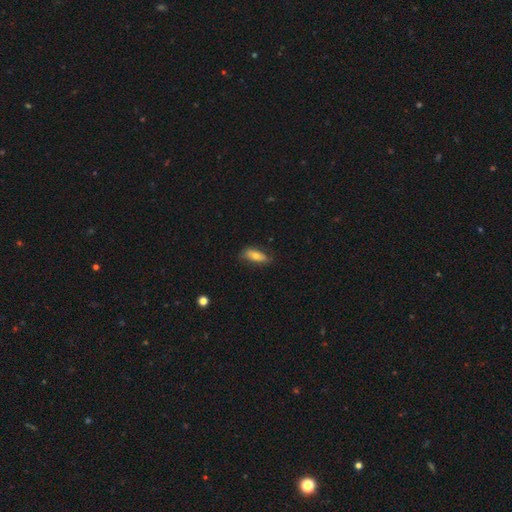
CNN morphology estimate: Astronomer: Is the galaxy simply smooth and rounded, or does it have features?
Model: smooth — 69%.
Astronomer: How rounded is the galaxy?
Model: in between — 73%.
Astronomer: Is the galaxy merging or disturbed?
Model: none — 74%.